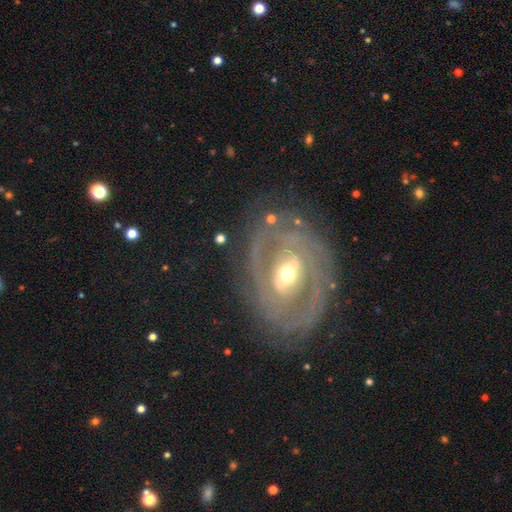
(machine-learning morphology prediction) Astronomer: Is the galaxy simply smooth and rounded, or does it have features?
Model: featured or disk — 84%.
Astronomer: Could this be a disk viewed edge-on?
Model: no — 95%.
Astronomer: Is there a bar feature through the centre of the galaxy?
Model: weak — 42% (runner-up: strong, 31%).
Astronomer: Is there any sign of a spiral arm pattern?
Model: yes — 82%.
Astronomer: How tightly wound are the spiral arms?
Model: tight — 63%.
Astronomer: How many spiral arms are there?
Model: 2 — 52%.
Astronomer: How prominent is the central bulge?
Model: moderate — 58% (runner-up: small, 36%).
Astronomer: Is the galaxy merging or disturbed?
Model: none — 76%.